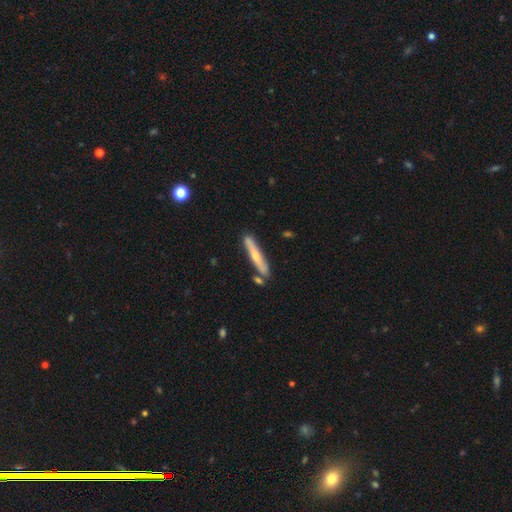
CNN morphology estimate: A featured or disk galaxy (47%, tied with smooth). Merging: none (79%).